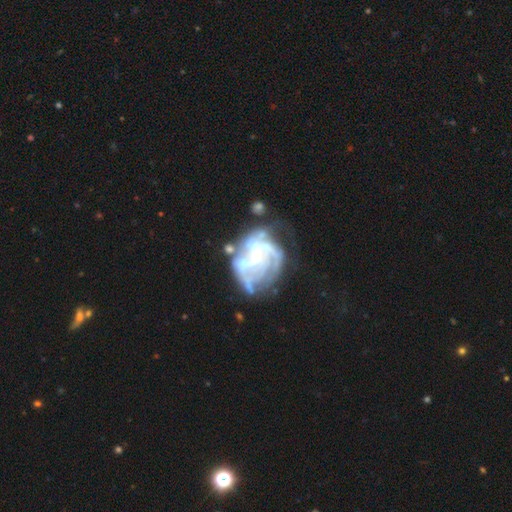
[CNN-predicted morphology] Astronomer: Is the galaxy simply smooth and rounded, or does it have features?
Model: featured or disk — 81%.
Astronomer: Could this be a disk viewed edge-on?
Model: no — 98%.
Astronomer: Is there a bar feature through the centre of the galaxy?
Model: no — 56% (runner-up: weak, 35%).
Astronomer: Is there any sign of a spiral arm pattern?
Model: yes — 76%.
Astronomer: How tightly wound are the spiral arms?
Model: tight — 39%, tied with medium at 39%.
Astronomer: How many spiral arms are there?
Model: can't tell — 39% (runner-up: 3, 21%).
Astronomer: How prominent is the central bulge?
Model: small — 51%.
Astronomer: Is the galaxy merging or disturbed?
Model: none — 39% (runner-up: major disturbance, 30%).